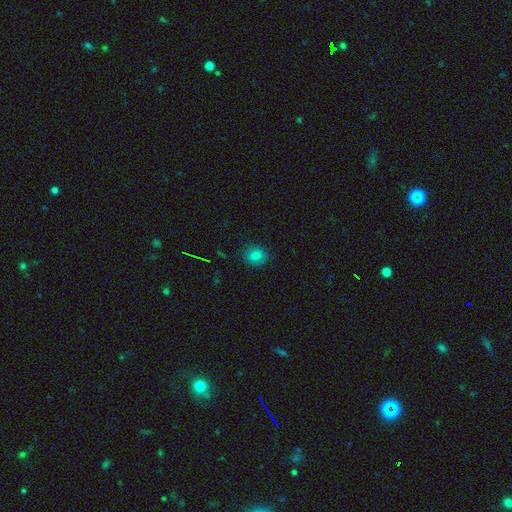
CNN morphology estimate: This appears to be a smooth galaxy with no disk features (80%) that is round (74%). Merging: none (87%).